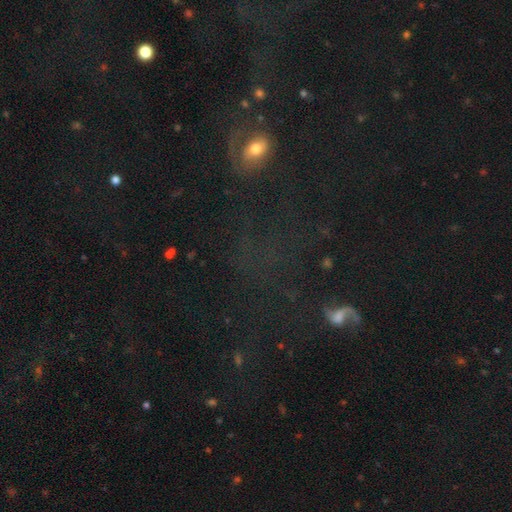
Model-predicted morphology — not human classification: Overall: star or artifact (51%; smooth 32%).